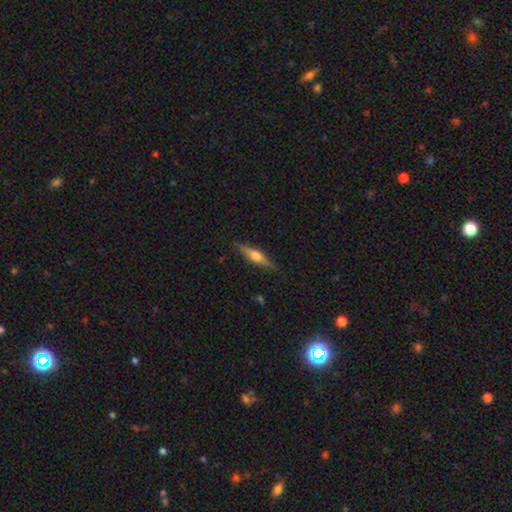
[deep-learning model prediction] Q: Smooth or featured?
A: featured or disk (60%); runner-up: smooth (33%)
Q: Edge-on disk?
A: yes (96%); runner-up: no (4%)
Q: Edge-on bulge?
A: rounded (90%); runner-up: boxy (6%)
Q: Merging?
A: none (88%); runner-up: minor disturbance (9%)